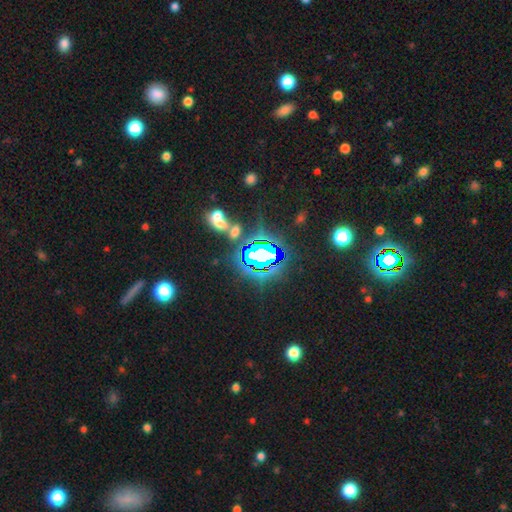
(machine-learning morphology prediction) Smooth or featured?
  - star or artifact: 78% *
  - smooth: 14%
  - featured or disk: 9%